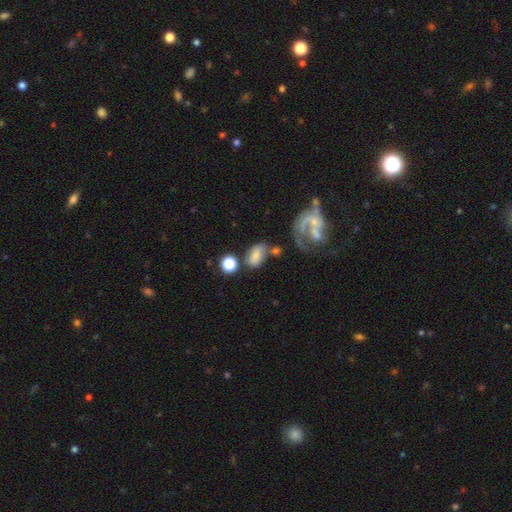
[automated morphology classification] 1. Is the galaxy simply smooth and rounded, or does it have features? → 69% smooth, 20% featured or disk, 12% star or artifact.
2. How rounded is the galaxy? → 85% in between, 13% round, 2% cigar-shaped.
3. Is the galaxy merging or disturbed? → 46% none, 21% minor disturbance, 19% merger, 14% major disturbance.